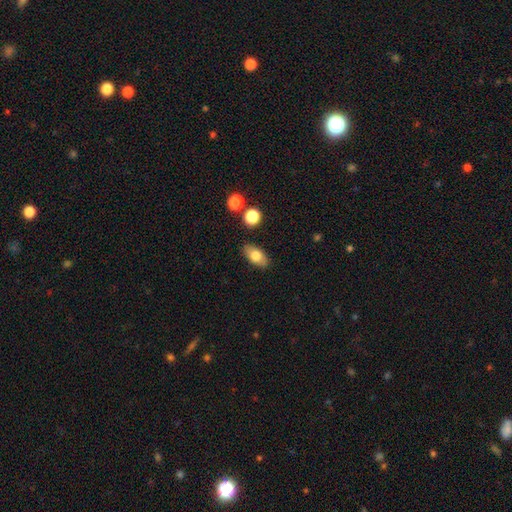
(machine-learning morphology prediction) A smooth galaxy with no disk features (76%) that is in between round and cigar-shaped (89%). Merging: none (86%).